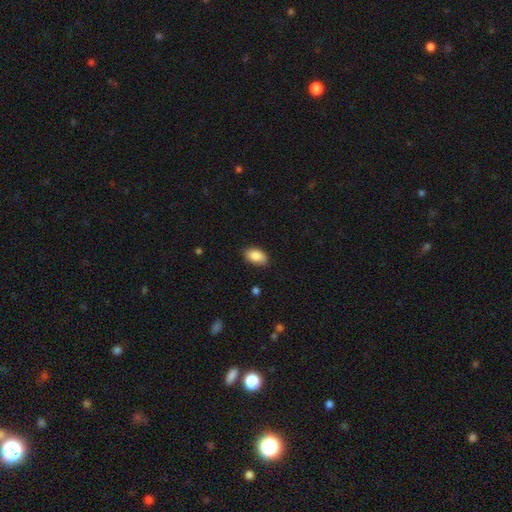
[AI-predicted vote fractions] The model was most divided on "merging": none: 80%, minor disturbance: 16%, major disturbance: 3%, merger: 1%. More confident: how rounded — in between (92%); smooth or featured — smooth (87%).